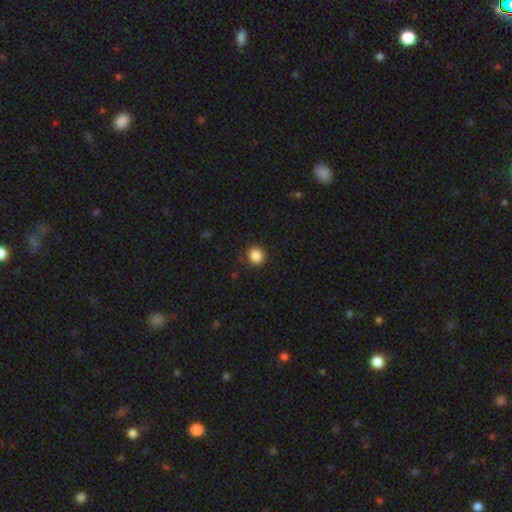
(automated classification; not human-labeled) smooth-or-featured: smooth: 87% | star or artifact: 10% | featured or disk: 3%
  how-rounded: round: 74% | in between: 25% | cigar-shaped: 1%
  merging: none: 89% | minor disturbance: 7% | major disturbance: 2% | merger: 1%